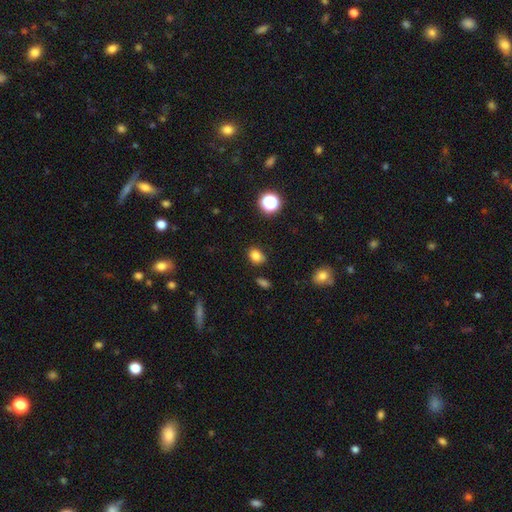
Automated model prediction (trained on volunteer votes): Smooth or featured? Predicted: smooth (p=0.80). How rounded? Predicted: in between (p=0.51). Merging? Predicted: none (p=0.79).